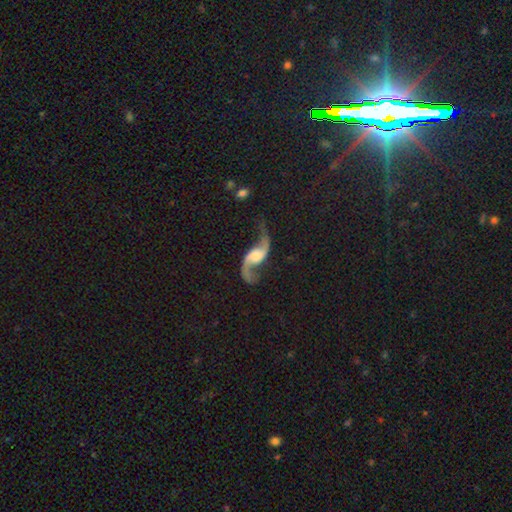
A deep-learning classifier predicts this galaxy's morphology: A featured or disk galaxy (91%) with no bar (54%), 2 (94%) loose (88%) spiral arms (97%) and a moderate central bulge (27%).

Vote fractions:
- Smooth or featured? featured or disk: 91% / star or artifact: 5% / smooth: 5%
- Edge-on disk? no: 96% / yes: 4%
- Bar? no: 54% / weak: 33% / strong: 14%
- Spiral arms? yes: 97% / no: 3%
- Spiral winding? loose: 88% / medium: 10% / tight: 3%
- Spiral arm count? 2: 94% / 1: 2% / can't tell: 1% / 3: 1% / 4: 1% / more than 4: 1%
- Bulge size? moderate: 27% / small: 25% / large: 22% / none: 21% / dominant: 5%
- Merging? none: 72% / minor disturbance: 14% / major disturbance: 10% / merger: 3%